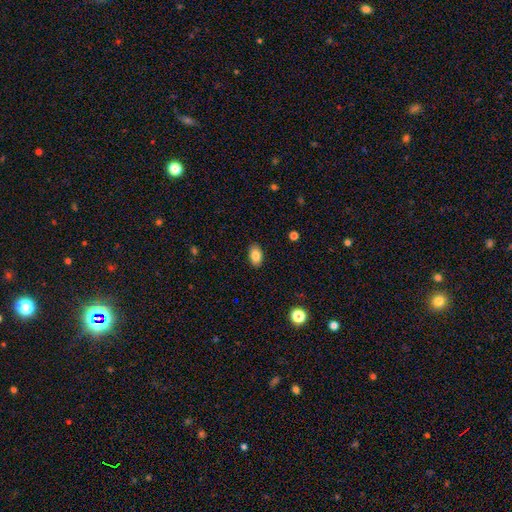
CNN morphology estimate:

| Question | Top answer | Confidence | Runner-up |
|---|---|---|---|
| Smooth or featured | smooth | 85% | star or artifact (8%) |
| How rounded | in between | 90% | round (9%) |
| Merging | none | 89% | minor disturbance (8%) |